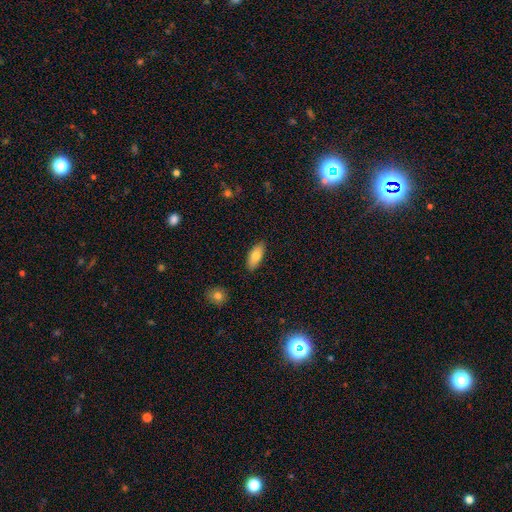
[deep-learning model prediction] smooth-or-featured: smooth: 79% | featured or disk: 15% | star or artifact: 6%
  how-rounded: in between: 84% | cigar-shaped: 14% | round: 2%
  merging: none: 87% | minor disturbance: 10% | major disturbance: 2% | merger: 2%